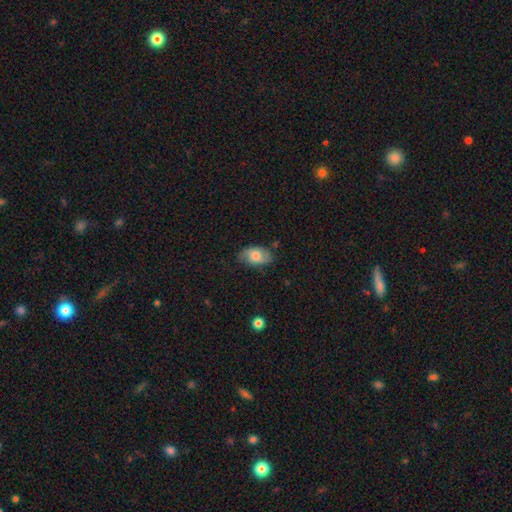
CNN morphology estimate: Smooth or featured? Predicted: smooth (p=0.64). How rounded? Predicted: in between (p=0.90). Merging? Predicted: none (p=0.68).